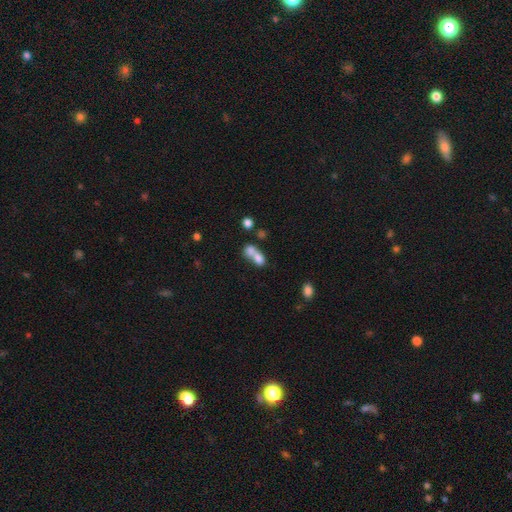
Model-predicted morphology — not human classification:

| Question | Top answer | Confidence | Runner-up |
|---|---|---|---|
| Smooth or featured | smooth | 73% | featured or disk (16%) |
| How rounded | in between | 64% | round (32%) |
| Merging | merger | 69% | none (20%) |